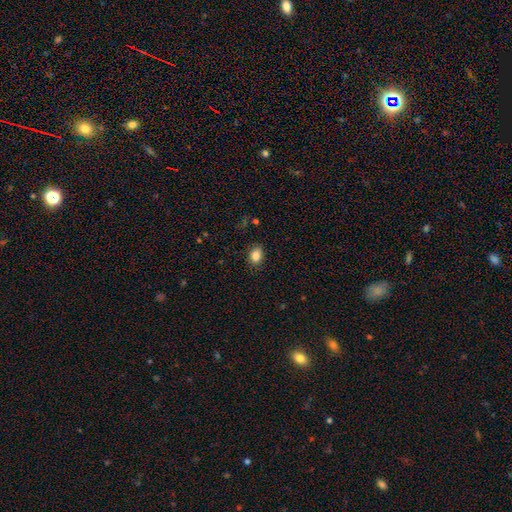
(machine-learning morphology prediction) Smooth or featured: smooth — 86% (star or artifact — 9%)
How rounded: in between — 68% (round — 31%)
Merging: none — 87% (minor disturbance — 10%)